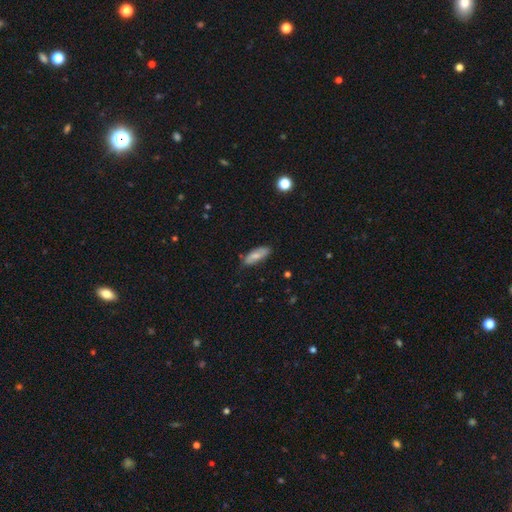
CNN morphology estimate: This is likely a smooth galaxy (67%). How rounded: likely in between (70%). Merging: likely none (75%).